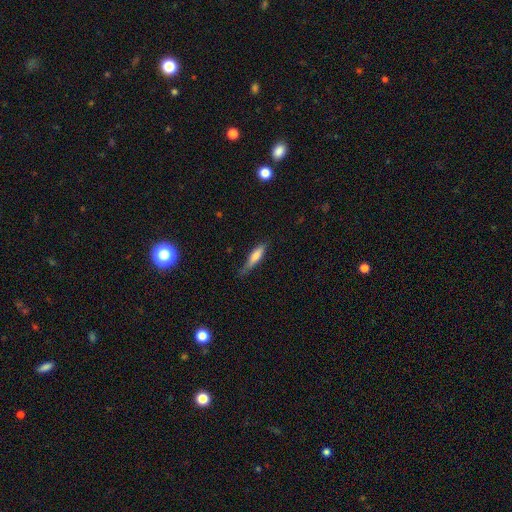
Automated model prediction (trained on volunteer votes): Overall: smooth (71%). How rounded: cigar-shaped (74%). Merging: none (60%; minor disturbance 31%).